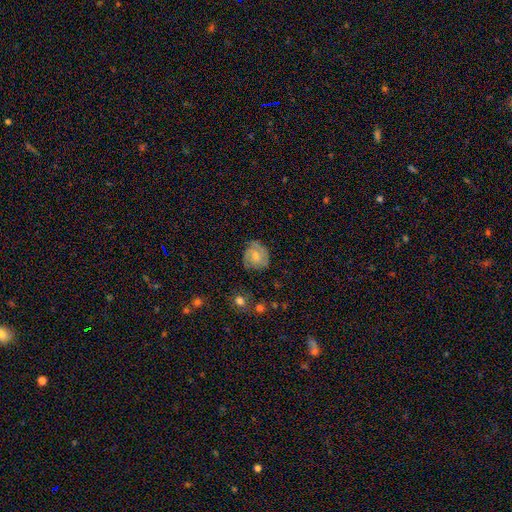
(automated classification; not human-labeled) This appears to be a featured or disk galaxy (60%) with no bar (54%), 2 (44%) tight (60%) spiral arms (86%) and a moderate central bulge (48%). Merging: none (75%).